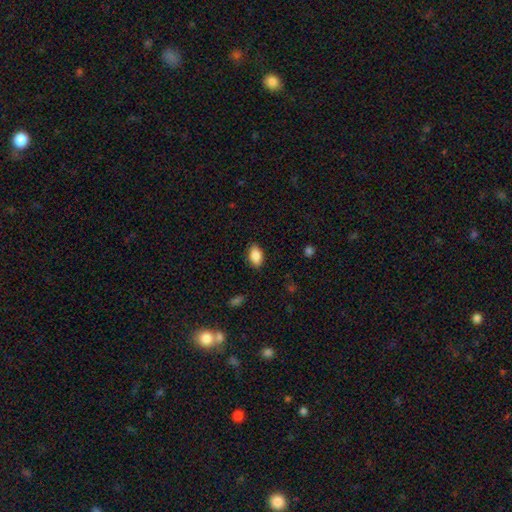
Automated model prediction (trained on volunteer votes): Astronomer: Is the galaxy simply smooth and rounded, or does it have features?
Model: smooth — 87%.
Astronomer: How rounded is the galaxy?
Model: in between — 91%.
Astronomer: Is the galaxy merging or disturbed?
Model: none — 87%.